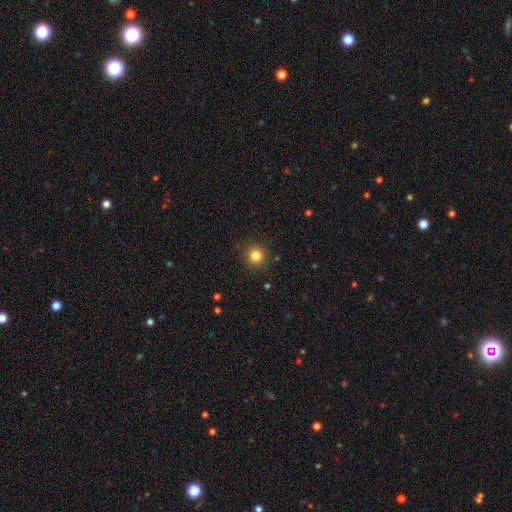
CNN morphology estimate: Smooth or featured? Predicted: smooth (p=0.83). How rounded? Predicted: round (p=0.93). Merging? Predicted: none (p=0.90).